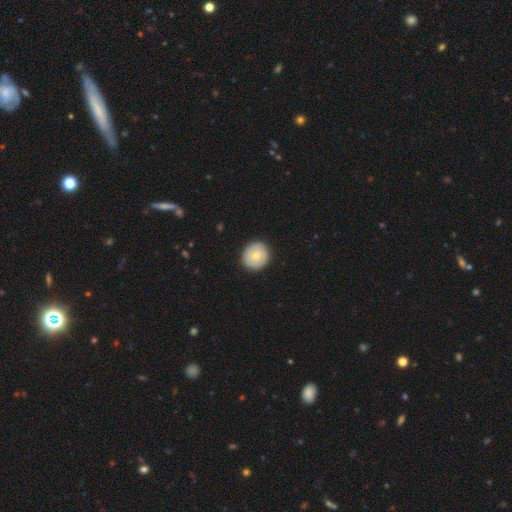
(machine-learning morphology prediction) A smooth galaxy with no disk features (72%) that is round (93%). Merging: none (91%).